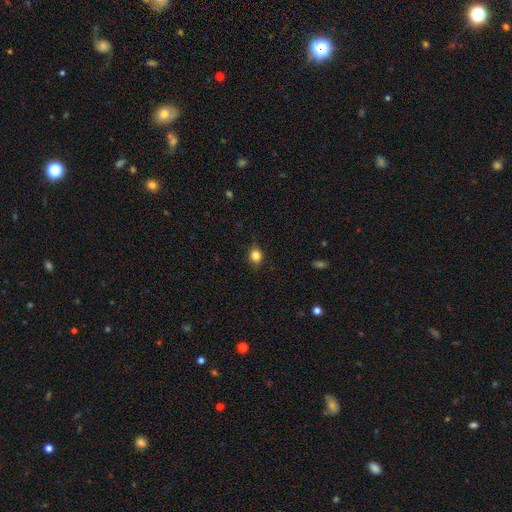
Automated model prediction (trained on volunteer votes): smooth-or-featured: smooth: 84% | star or artifact: 11% | featured or disk: 5%
  how-rounded: round: 66% | in between: 33% | cigar-shaped: 1%
  merging: none: 84% | minor disturbance: 13% | major disturbance: 3% | merger: 1%